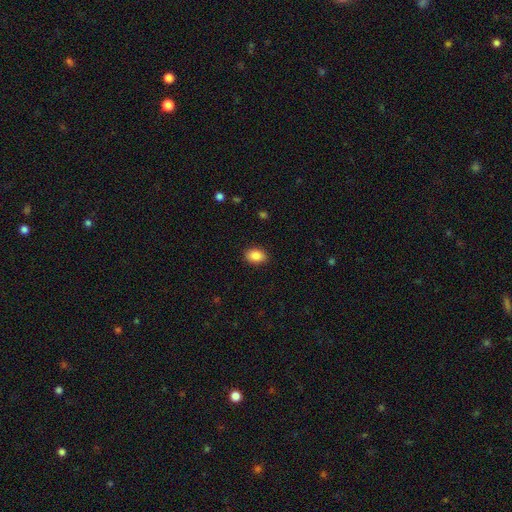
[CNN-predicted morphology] Smooth or featured? Predicted: smooth (p=0.87). How rounded? Predicted: in between (p=0.78). Merging? Predicted: none (p=0.89).